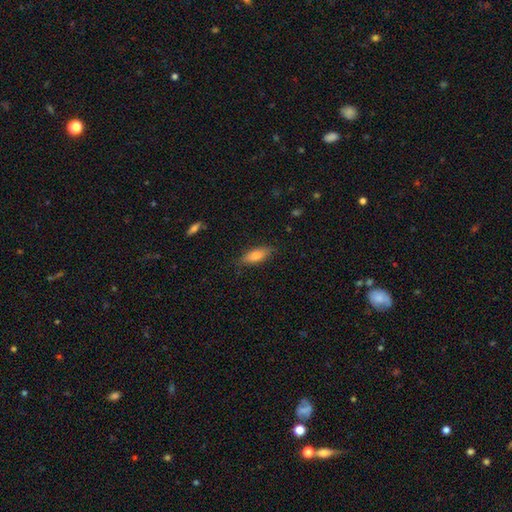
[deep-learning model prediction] A smooth galaxy with no disk features (79%) that is in between round and cigar-shaped (69%).

Vote fractions:
- Smooth or featured? smooth: 79% / featured or disk: 14% / star or artifact: 7%
- How rounded? in between: 69% / cigar-shaped: 28% / round: 2%
- Merging? none: 80% / minor disturbance: 15% / major disturbance: 3% / merger: 1%